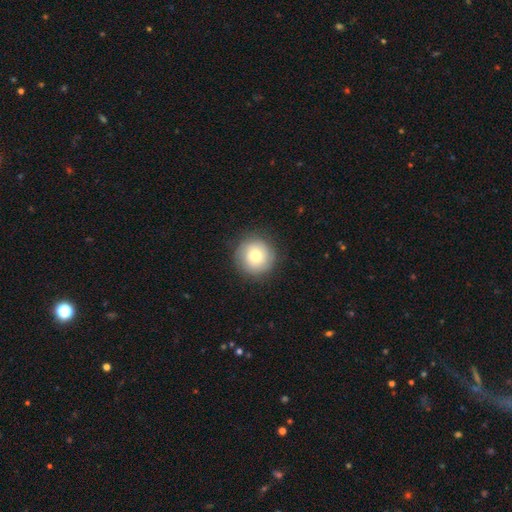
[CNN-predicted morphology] smooth-or-featured: smooth: 70% | featured or disk: 20% | star or artifact: 10%
  how-rounded: round: 96% | in between: 4% | cigar-shaped: 1%
  merging: none: 86% | minor disturbance: 9% | major disturbance: 3% | merger: 1%